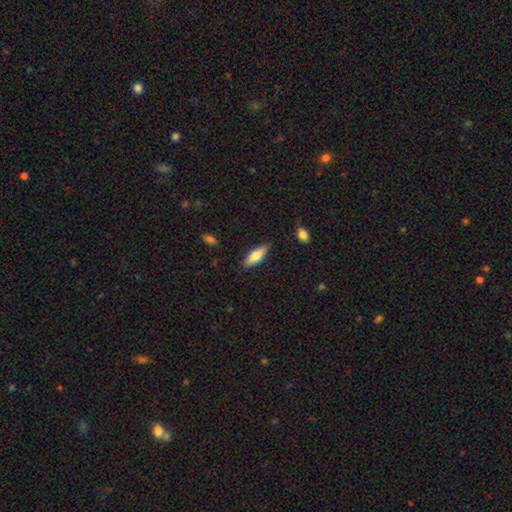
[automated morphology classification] type=smooth (75%); roundness=in between (61%); merging=none (84%).